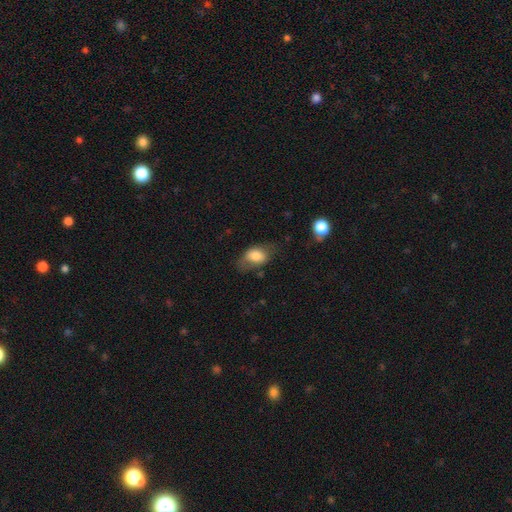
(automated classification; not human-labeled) Smooth or featured?
  - smooth: 74% *
  - featured or disk: 19%
  - star or artifact: 8%
How rounded?
  - in between: 86% *
  - round: 13%
  - cigar-shaped: 2%
Merging?
  - none: 55% *
  - minor disturbance: 27%
  - major disturbance: 16%
  - merger: 2%